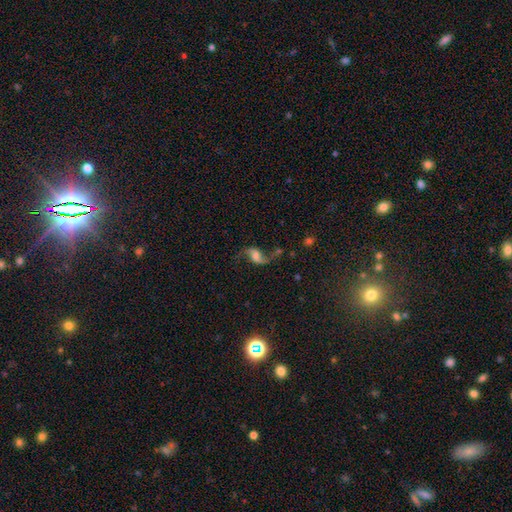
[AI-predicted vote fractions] Morphology: type=featured or disk (82%); edge-on=no (96%); bar=no (45%); spiral arms=yes (95%); winding=loose (88%); arm count=2 (92%); bulge=moderate (35%); merging=none (69%).